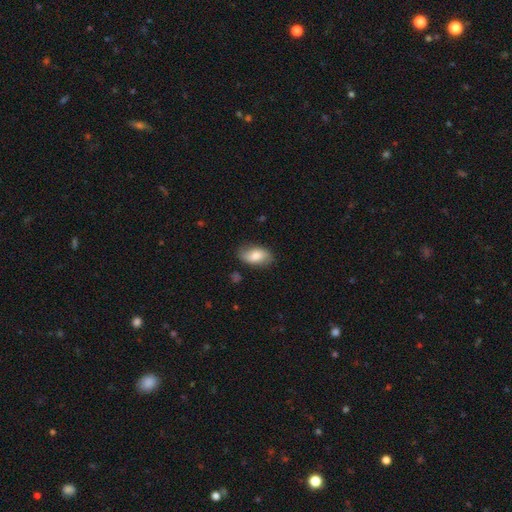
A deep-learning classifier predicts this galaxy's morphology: This appears to be a smooth galaxy with no disk features (73%) that is in between round and cigar-shaped (92%). Merging: none (79%).